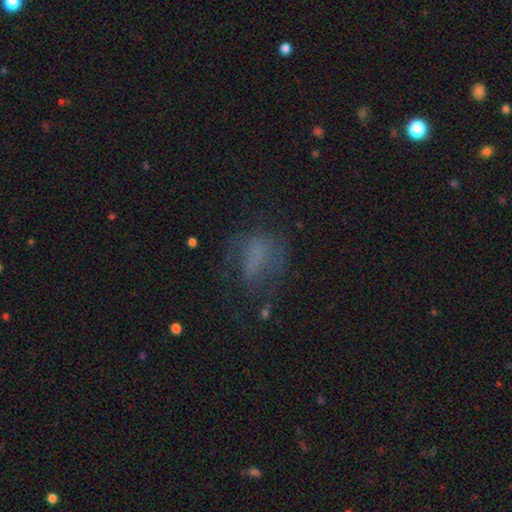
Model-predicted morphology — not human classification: A smooth galaxy with no disk features (49%). Merging: none (46%).